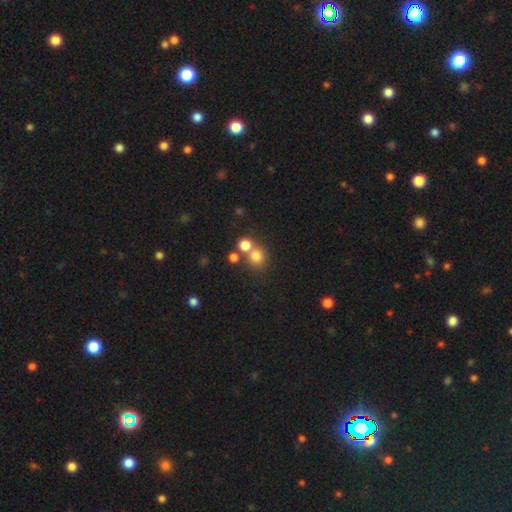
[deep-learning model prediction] A smooth galaxy with no disk features (76%) that is round (86%).

Vote fractions:
- Smooth or featured? smooth: 76% / star or artifact: 15% / featured or disk: 9%
- How rounded? round: 86% / in between: 13% / cigar-shaped: 1%
- Merging? none: 56% / merger: 33% / minor disturbance: 7% / major disturbance: 4%